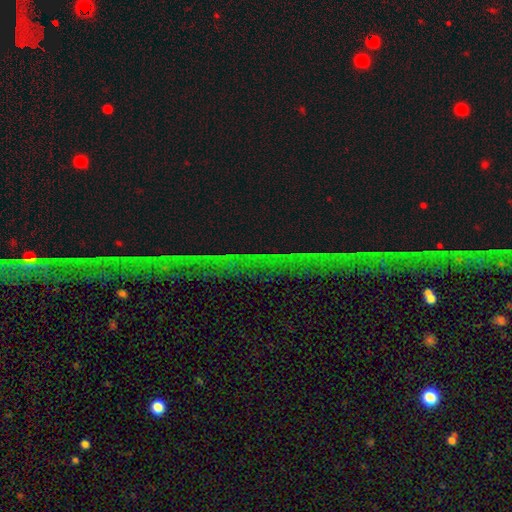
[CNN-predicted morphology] Smooth or featured?
  - star or artifact: 78% *
  - smooth: 11%
  - featured or disk: 11%